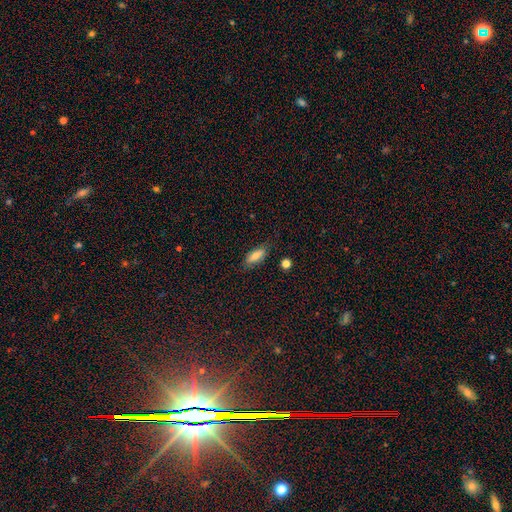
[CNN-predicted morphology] smooth-or-featured: smooth: 72% | featured or disk: 20% | star or artifact: 8%
  how-rounded: in between: 70% | cigar-shaped: 27% | round: 3%
  merging: none: 80% | minor disturbance: 15% | major disturbance: 3% | merger: 2%